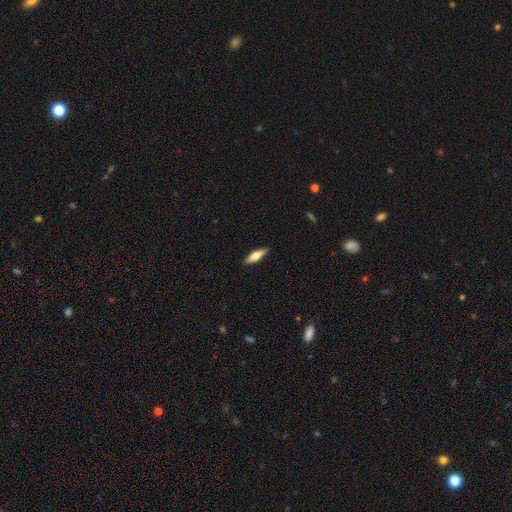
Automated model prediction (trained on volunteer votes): Q: Smooth or featured?
A: smooth (59%); runner-up: featured or disk (35%)
Q: How rounded?
A: cigar-shaped (56%); runner-up: in between (42%)
Q: Merging?
A: none (88%); runner-up: minor disturbance (9%)